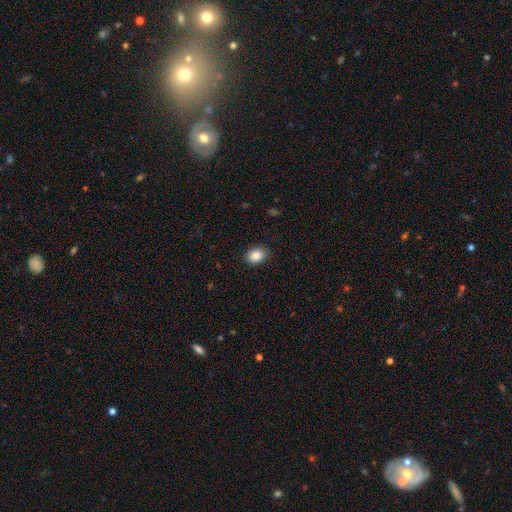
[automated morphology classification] smooth-or-featured: smooth: 88% | star or artifact: 8% | featured or disk: 4%
  how-rounded: in between: 64% | round: 35% | cigar-shaped: 1%
  merging: none: 88% | minor disturbance: 9% | major disturbance: 2% | merger: 1%